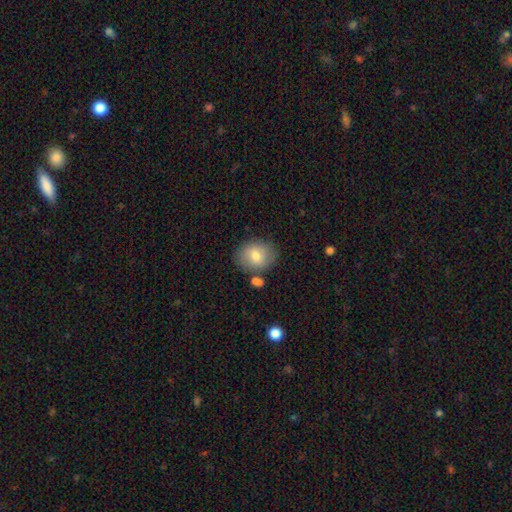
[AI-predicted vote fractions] A smooth galaxy with no disk features (77%) that is round (54%).

Vote fractions:
- Smooth or featured? smooth: 77% / featured or disk: 15% / star or artifact: 8%
- How rounded? round: 54% / in between: 45% / cigar-shaped: 1%
- Merging? none: 75% / minor disturbance: 13% / merger: 8% / major disturbance: 4%